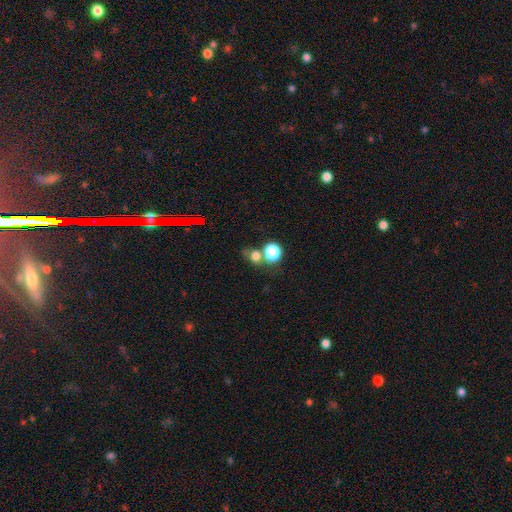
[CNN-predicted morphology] Smooth or featured?
  - smooth: 68% *
  - star or artifact: 22%
  - featured or disk: 10%
How rounded?
  - round: 64% *
  - in between: 34%
  - cigar-shaped: 2%
Merging?
  - none: 49% *
  - merger: 33%
  - minor disturbance: 12%
  - major disturbance: 7%